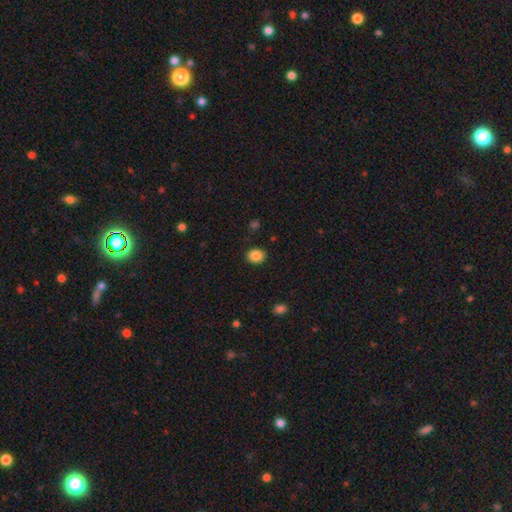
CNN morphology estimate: Smooth or featured?
  - smooth: 87% *
  - star or artifact: 9%
  - featured or disk: 4%
How rounded?
  - round: 58% *
  - in between: 41%
  - cigar-shaped: 1%
Merging?
  - none: 88% *
  - minor disturbance: 8%
  - major disturbance: 2%
  - merger: 1%